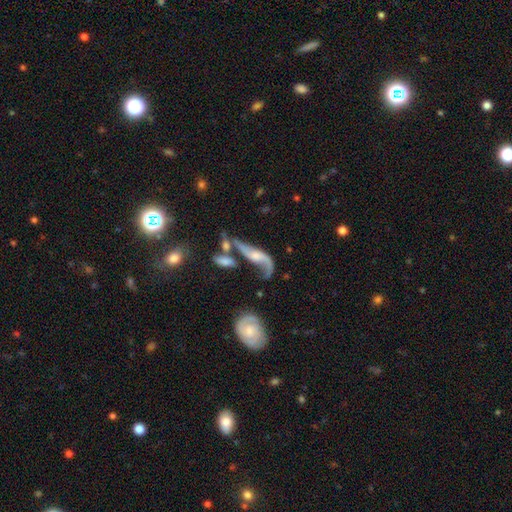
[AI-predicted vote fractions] This appears to be a featured or disk galaxy (79%) with no bar (56%), 2 (82%) loose (86%) spiral arms (90%) and a moderate central bulge (38%). Merging: none (35%).